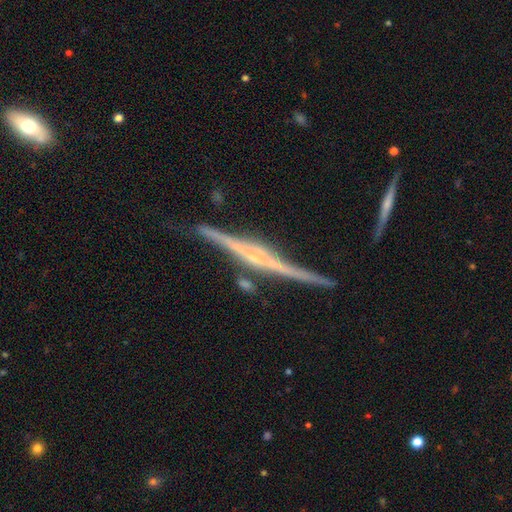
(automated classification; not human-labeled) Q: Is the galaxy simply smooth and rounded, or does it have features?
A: featured or disk — 87%.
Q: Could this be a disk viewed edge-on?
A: yes — 98%.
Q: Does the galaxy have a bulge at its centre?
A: rounded — 64%.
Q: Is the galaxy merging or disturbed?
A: none — 81%.